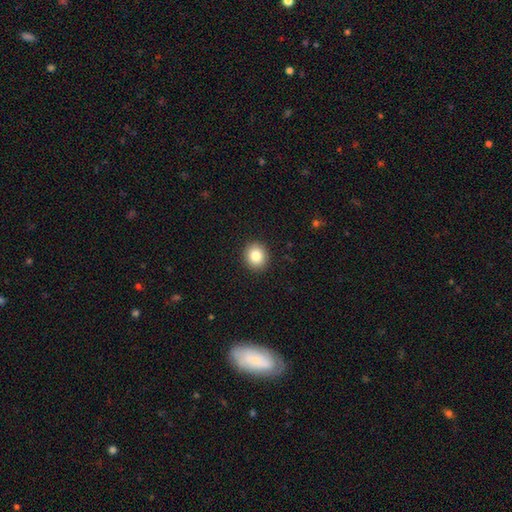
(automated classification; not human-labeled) The model was most divided on "how rounded": round: 77%, in between: 22%, cigar-shaped: 1%. More confident: merging — none (92%); smooth or featured — smooth (84%).